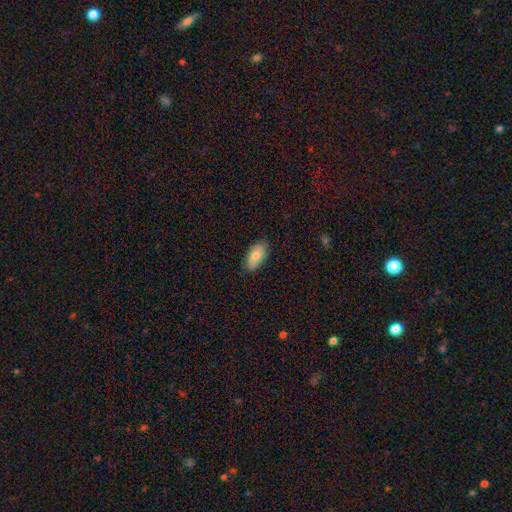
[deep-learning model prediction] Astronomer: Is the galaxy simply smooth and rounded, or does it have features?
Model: smooth — 80%.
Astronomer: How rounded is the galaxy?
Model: in between — 93%.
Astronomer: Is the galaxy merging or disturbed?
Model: none — 81%.